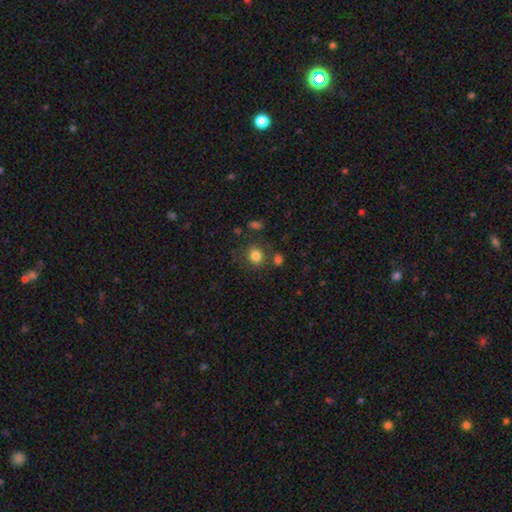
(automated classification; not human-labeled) Smooth or featured? Predicted: smooth (p=0.81). How rounded? Predicted: round (p=0.81). Merging? Predicted: none (p=0.76).